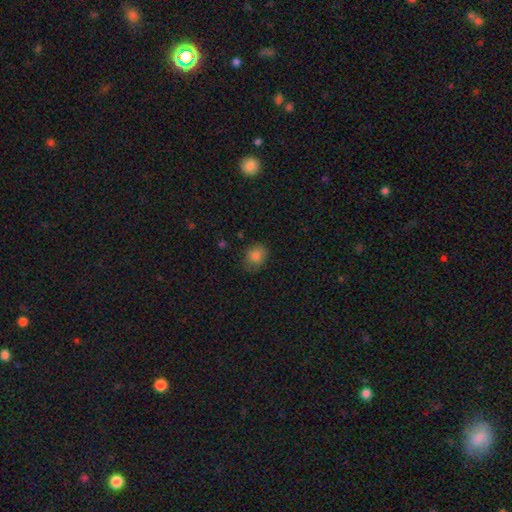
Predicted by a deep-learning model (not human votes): A smooth galaxy with no disk features (82%) that is round (58%). Merging: none (77%).